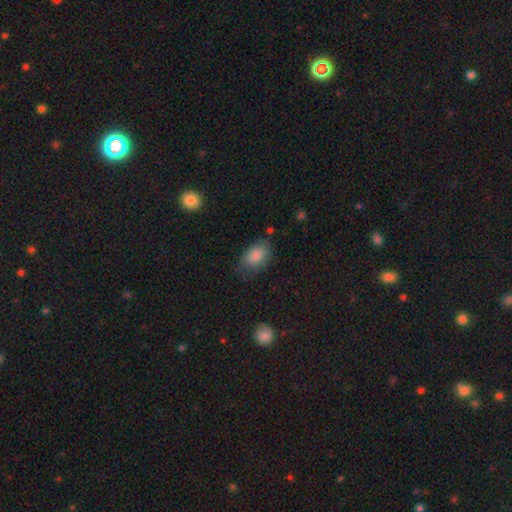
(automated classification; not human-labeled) Overall: smooth (86%). How rounded: in between (88%). Merging: none (64%; minor disturbance 26%).